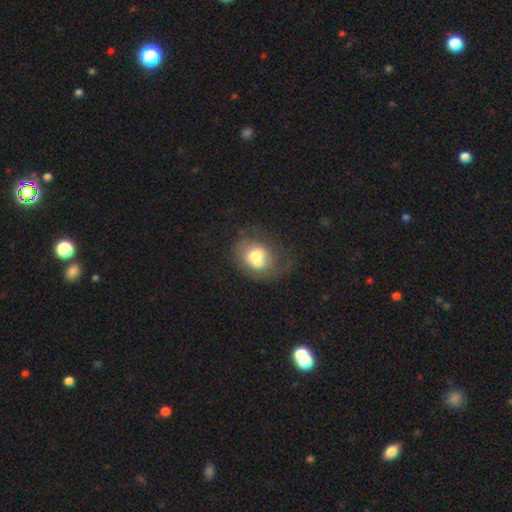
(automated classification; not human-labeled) Smooth or featured?
  - smooth: 57% *
  - featured or disk: 33%
  - star or artifact: 10%
How rounded?
  - round: 56% *
  - in between: 43%
  - cigar-shaped: 1%
Merging?
  - merger: 46% *
  - none: 28%
  - minor disturbance: 15%
  - major disturbance: 11%